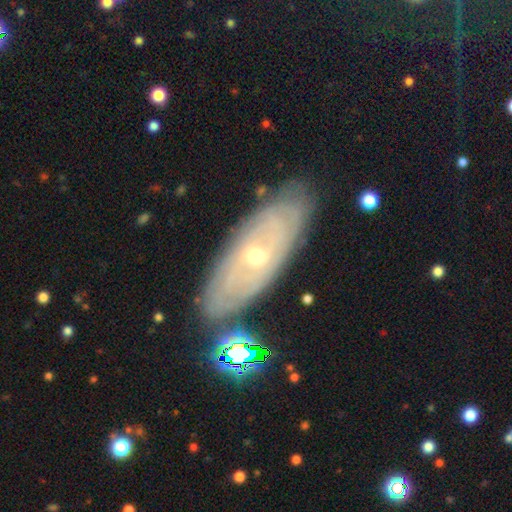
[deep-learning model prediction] A featured or disk galaxy (72%) with no bar (75%), spiral arms (72%) and a small central bulge (56%). Merging: none (83%).